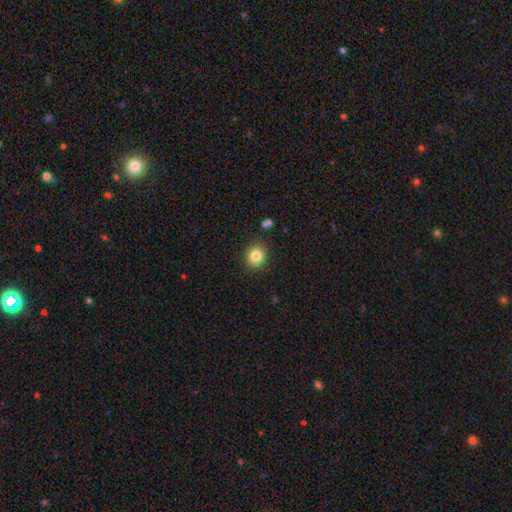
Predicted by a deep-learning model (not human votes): Overall: smooth (83%). How rounded: round (82%). Merging: none (89%).